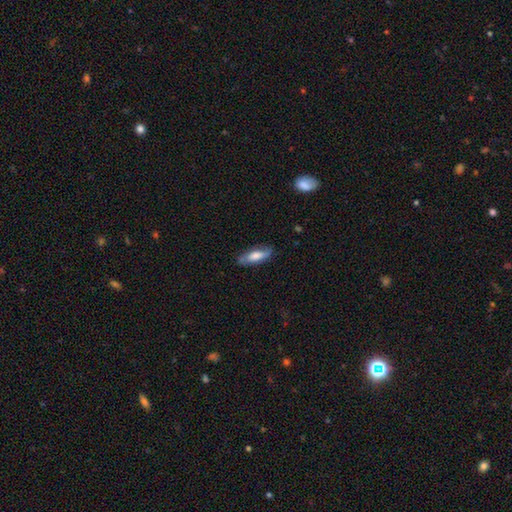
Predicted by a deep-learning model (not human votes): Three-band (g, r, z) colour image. It shows a smooth galaxy with no disk features (62%) that is in between round and cigar-shaped (61%). Merging: none (73%).